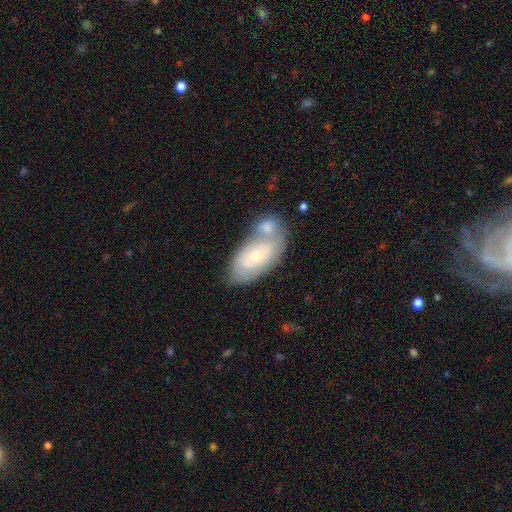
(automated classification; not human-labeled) Smooth or featured? smooth (47%, tied with featured or disk)
Merging? merger (50%)